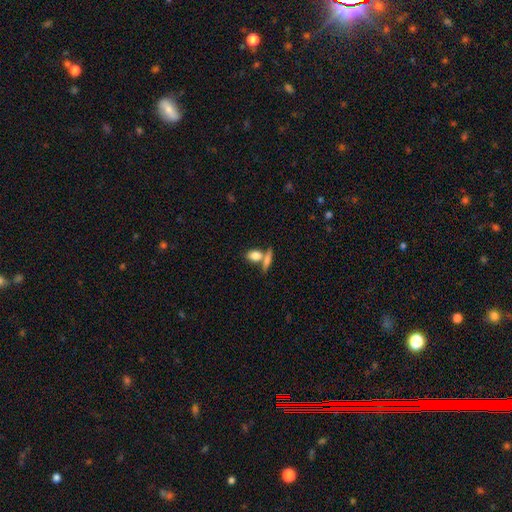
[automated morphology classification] smooth 81%, featured or disk 11%, star or artifact 8%. Down the decision tree: how rounded — in between (64%); merging — none (50%).